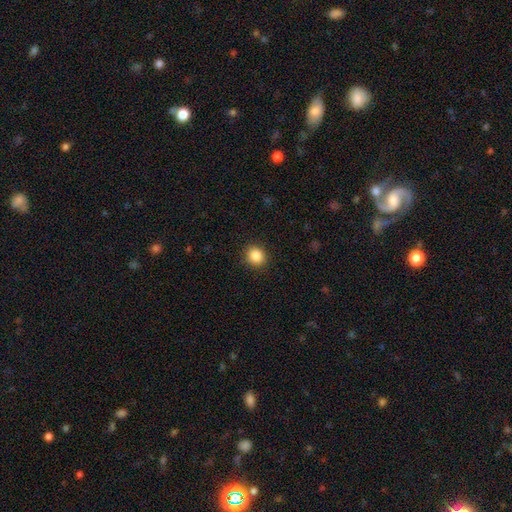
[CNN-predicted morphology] A smooth galaxy with no disk features (87%) that is round (80%). Merging: none (90%).